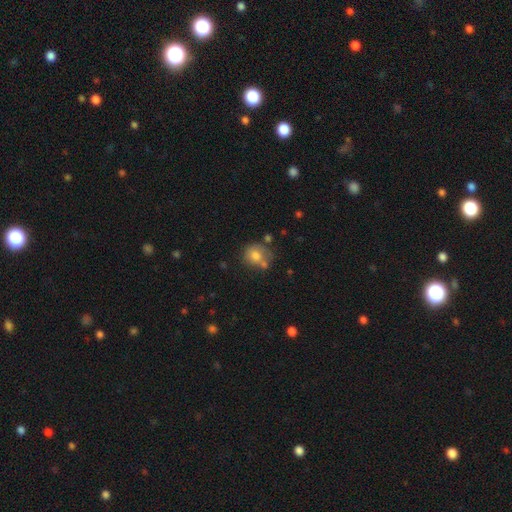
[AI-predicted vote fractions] Overall: smooth (76%). How rounded: round (77%). Merging: none (54%; merger 20%).